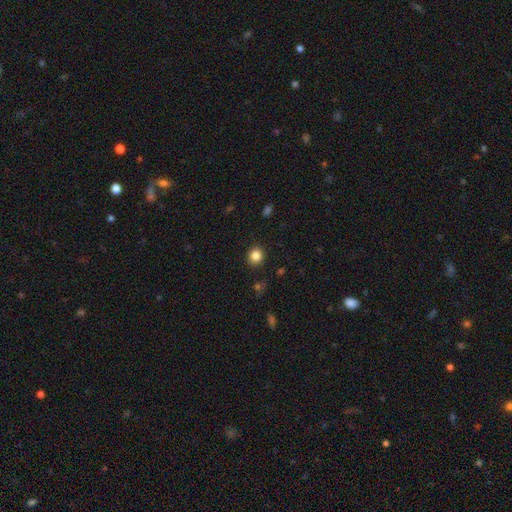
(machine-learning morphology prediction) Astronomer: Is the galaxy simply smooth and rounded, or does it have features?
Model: smooth — 84%.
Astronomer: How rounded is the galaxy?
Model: round — 86%.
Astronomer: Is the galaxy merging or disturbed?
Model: none — 90%.